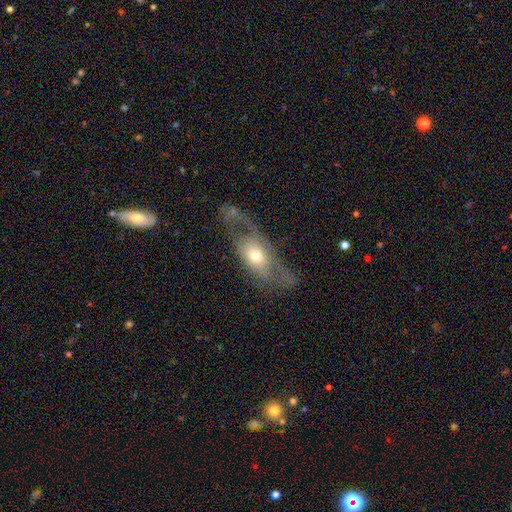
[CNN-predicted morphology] Smooth or featured? featured or disk (52%)
Edge-on disk? no (78%)
Merging? none (40%)